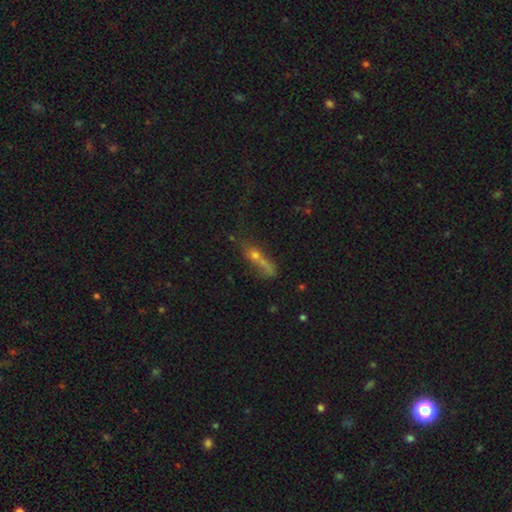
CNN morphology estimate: The model was most divided on "merging": none: 37%, merger: 32%, major disturbance: 17%, minor disturbance: 15%. Remaining: smooth or featured — smooth (46%).